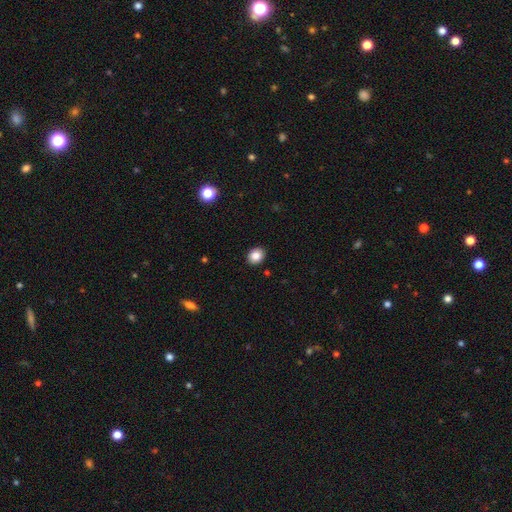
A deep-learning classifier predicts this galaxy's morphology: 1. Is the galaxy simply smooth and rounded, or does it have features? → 85% smooth, 10% star or artifact, 5% featured or disk.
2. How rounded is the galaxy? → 59% round, 40% in between, 1% cigar-shaped.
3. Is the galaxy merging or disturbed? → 91% none, 7% minor disturbance, 2% major disturbance, 1% merger.